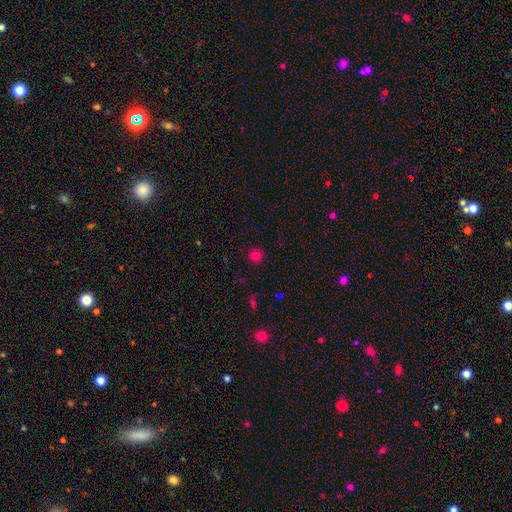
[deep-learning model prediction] This appears to be a smooth galaxy with no disk features (79%) that is round (91%). Merging: none (90%).